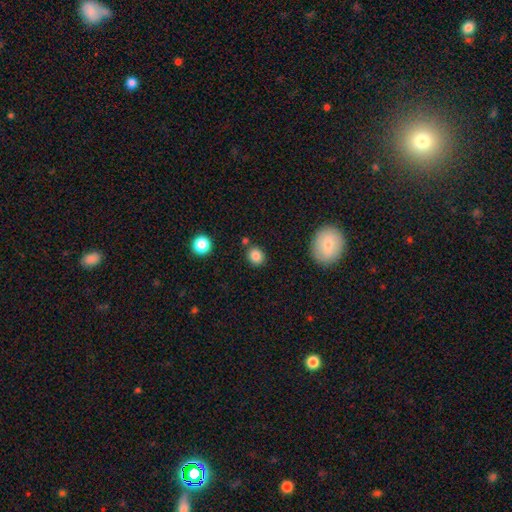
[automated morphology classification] This is clearly a smooth galaxy (85%). How rounded: likely round (70%). Merging: clearly none (80%).